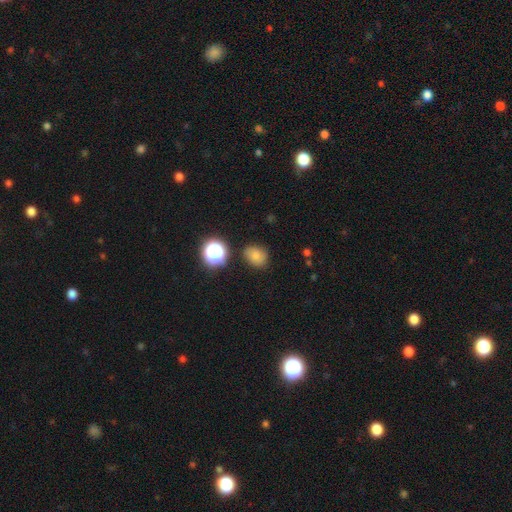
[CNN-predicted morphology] Smooth or featured?
  - smooth: 78% *
  - star or artifact: 15%
  - featured or disk: 7%
How rounded?
  - round: 51% *
  - in between: 48%
  - cigar-shaped: 1%
Merging?
  - none: 80% *
  - minor disturbance: 13%
  - major disturbance: 4%
  - merger: 3%